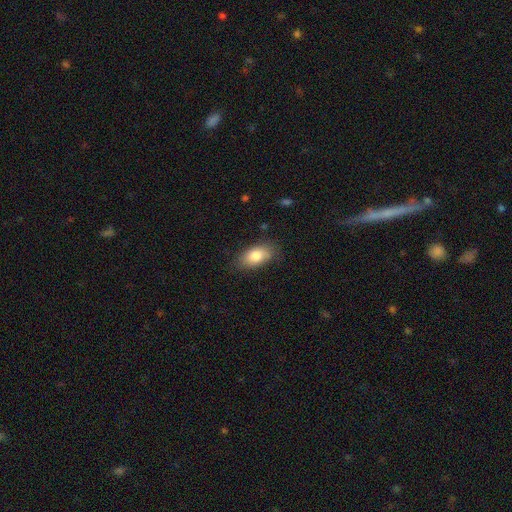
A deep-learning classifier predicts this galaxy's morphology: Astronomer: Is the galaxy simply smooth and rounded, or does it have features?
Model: smooth — 81%.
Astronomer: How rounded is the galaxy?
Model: in between — 91%.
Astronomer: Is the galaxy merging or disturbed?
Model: none — 78%.